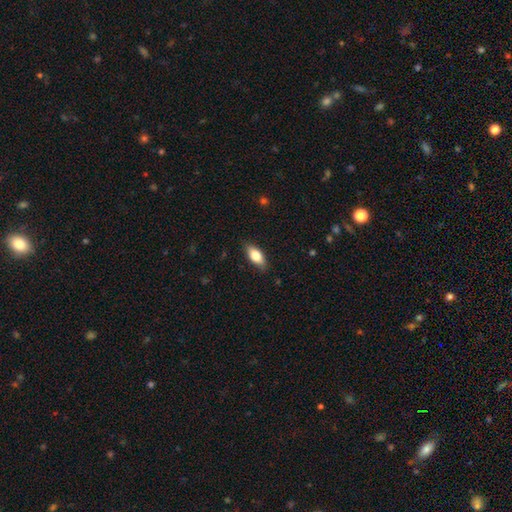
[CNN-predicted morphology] This is likely a smooth galaxy (79%). How rounded: clearly in between (85%). Merging: clearly none (85%).